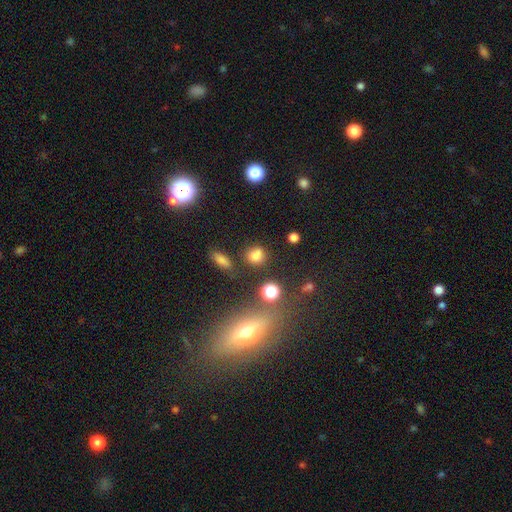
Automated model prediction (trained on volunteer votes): Smooth or featured? Predicted: smooth (p=0.72). How rounded? Predicted: round (p=0.73). Merging? Predicted: none (p=0.69).